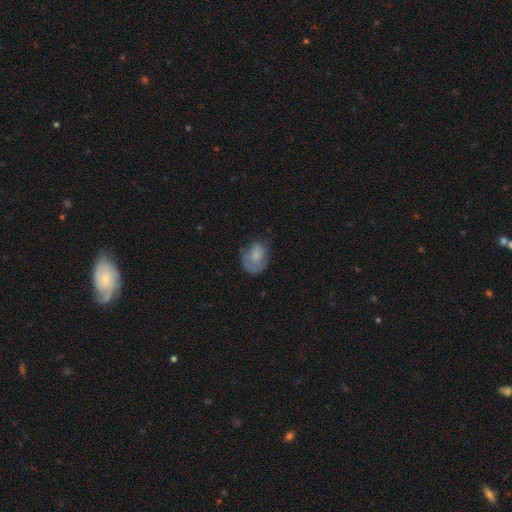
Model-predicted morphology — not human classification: Smooth or featured?
  - smooth: 64% *
  - featured or disk: 28%
  - star or artifact: 8%
How rounded?
  - in between: 61% *
  - round: 37%
  - cigar-shaped: 1%
Merging?
  - none: 53% *
  - minor disturbance: 29%
  - major disturbance: 16%
  - merger: 2%